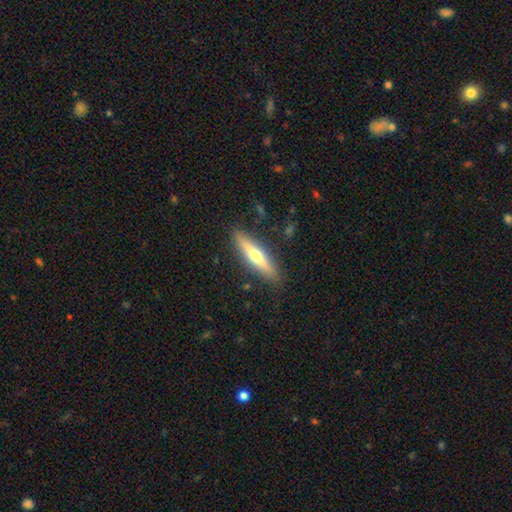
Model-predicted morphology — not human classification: smooth-or-featured: featured or disk: 50% | smooth: 44% | star or artifact: 6%
  disk-edge-on: yes: 91% | no: 9%
  merging: none: 87% | minor disturbance: 9% | major disturbance: 2% | merger: 1%